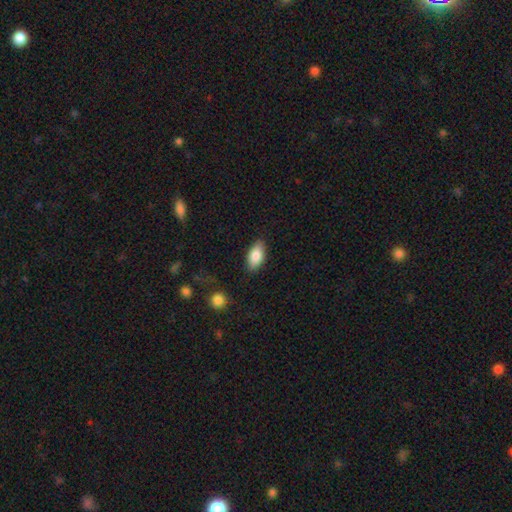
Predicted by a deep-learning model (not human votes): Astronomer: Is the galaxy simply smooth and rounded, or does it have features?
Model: smooth — 84%.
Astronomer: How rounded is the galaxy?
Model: in between — 90%.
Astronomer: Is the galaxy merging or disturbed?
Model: none — 85%.